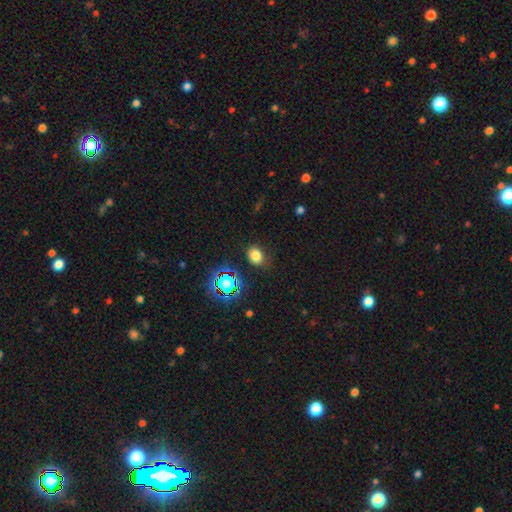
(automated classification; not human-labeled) A smooth galaxy with no disk features (74%) that is in between round and cigar-shaped (51%).

Vote fractions:
- Smooth or featured? smooth: 74% / star or artifact: 19% / featured or disk: 7%
- How rounded? in between: 51% / round: 48% / cigar-shaped: 1%
- Merging? none: 80% / minor disturbance: 14% / major disturbance: 5% / merger: 2%